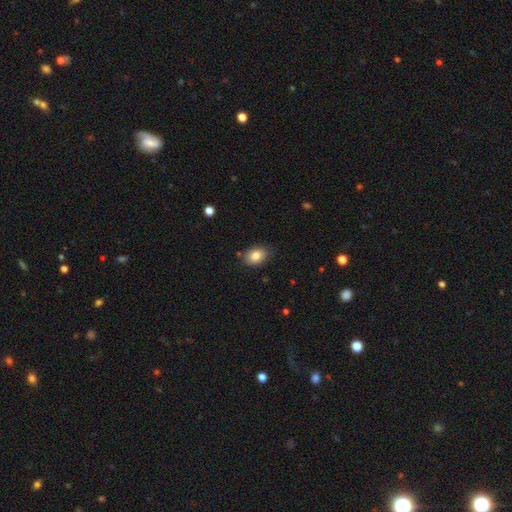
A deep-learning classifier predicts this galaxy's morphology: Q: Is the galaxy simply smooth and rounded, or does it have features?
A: smooth — 83%.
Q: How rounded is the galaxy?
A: in between — 80%.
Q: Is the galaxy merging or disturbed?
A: none — 80%.